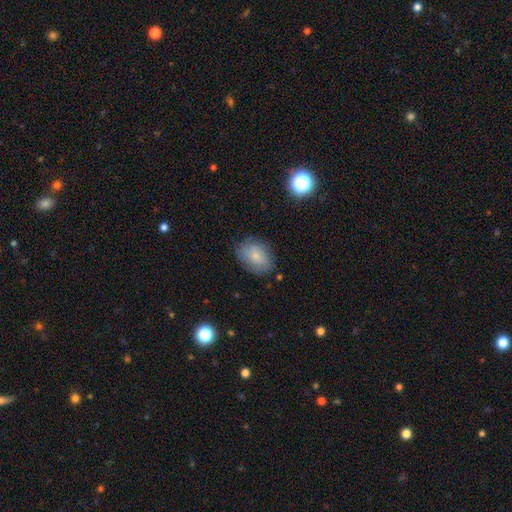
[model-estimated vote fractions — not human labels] Smooth or featured: smooth — 77% (featured or disk — 14%)
How rounded: in between — 73% (round — 26%)
Merging: none — 75% (minor disturbance — 18%)